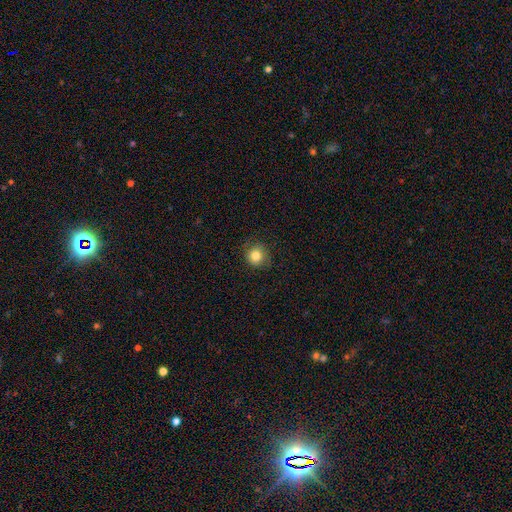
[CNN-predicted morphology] Smooth or featured? smooth (82%)
How rounded? round (90%)
Merging? none (85%)